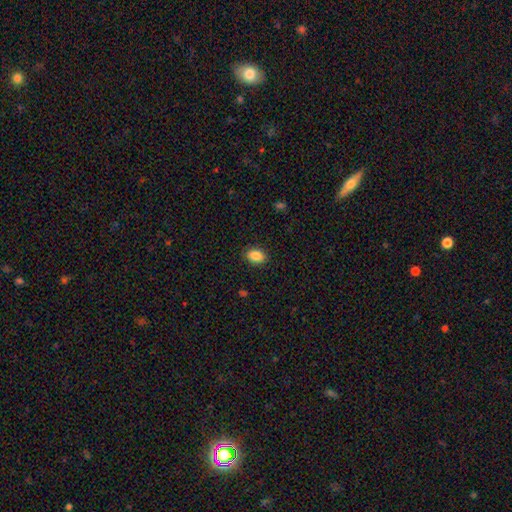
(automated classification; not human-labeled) Overall: smooth (88%). How rounded: in between (81%). Merging: none (88%).